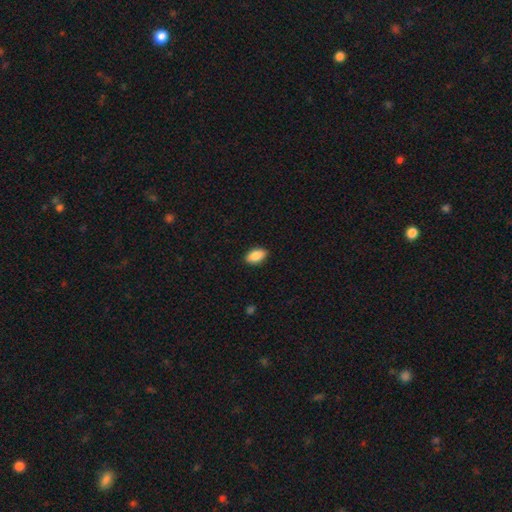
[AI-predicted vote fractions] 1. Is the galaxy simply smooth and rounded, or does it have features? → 88% smooth, 7% star or artifact, 5% featured or disk.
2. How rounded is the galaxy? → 93% in between, 4% round, 3% cigar-shaped.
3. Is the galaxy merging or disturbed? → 90% none, 7% minor disturbance, 2% major disturbance, 1% merger.